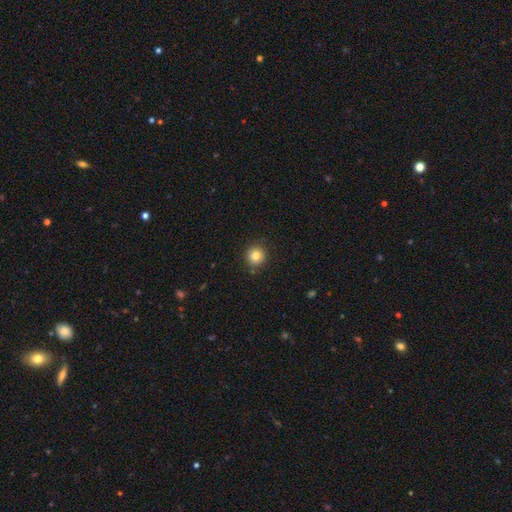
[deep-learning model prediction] A smooth galaxy with no disk features (82%) that is round (94%).

Vote fractions:
- Smooth or featured? smooth: 82% / star or artifact: 11% / featured or disk: 7%
- How rounded? round: 94% / in between: 6% / cigar-shaped: 1%
- Merging? none: 87% / minor disturbance: 9% / major disturbance: 2% / merger: 2%